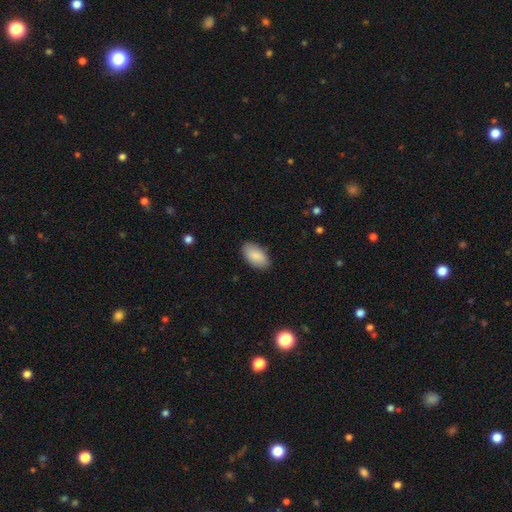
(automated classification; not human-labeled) A smooth galaxy with no disk features (89%) that is in between round and cigar-shaped (95%). Merging: none (86%).